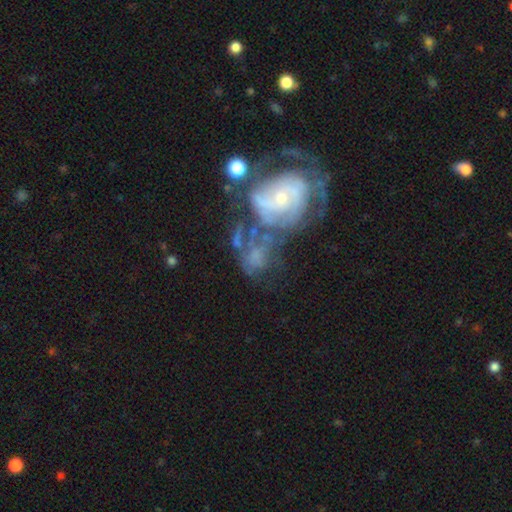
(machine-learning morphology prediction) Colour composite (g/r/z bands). It shows a featured or disk galaxy (62%) with no bar (72%), spiral arms (66%) and a small central bulge (43%). Merging: merger (45%).